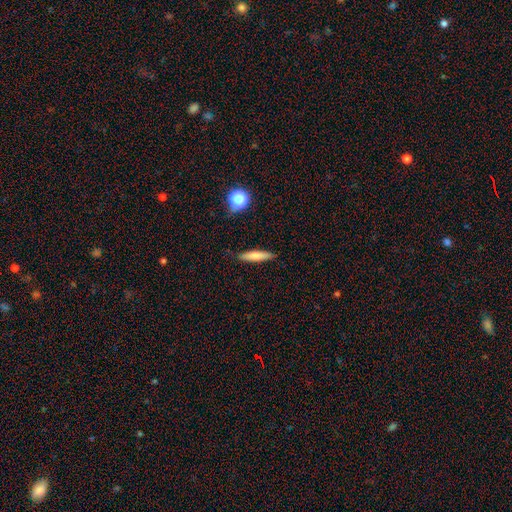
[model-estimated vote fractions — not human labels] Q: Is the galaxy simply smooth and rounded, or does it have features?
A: smooth — 71%.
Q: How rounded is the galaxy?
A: cigar-shaped — 86%.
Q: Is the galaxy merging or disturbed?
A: none — 87%.